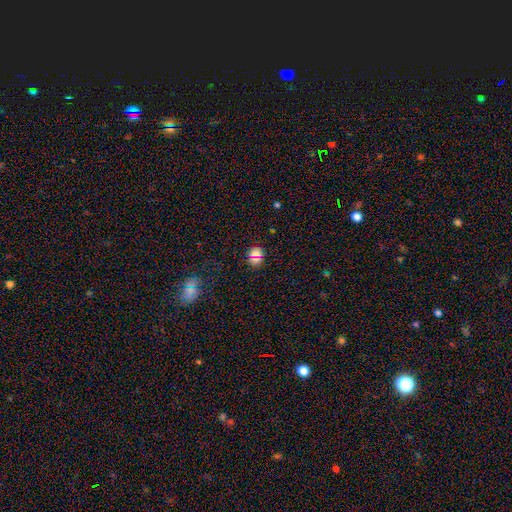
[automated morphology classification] The model was most divided on "smooth or featured": smooth: 67%, star or artifact: 25%, featured or disk: 8%. More confident: merging — none (85%); how rounded — round (76%).